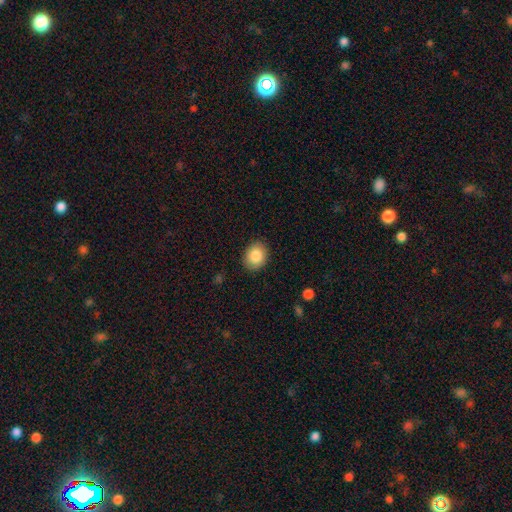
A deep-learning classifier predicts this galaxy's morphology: This is clearly a smooth galaxy (85%). How rounded: possibly in between (54%). Merging: clearly none (89%).